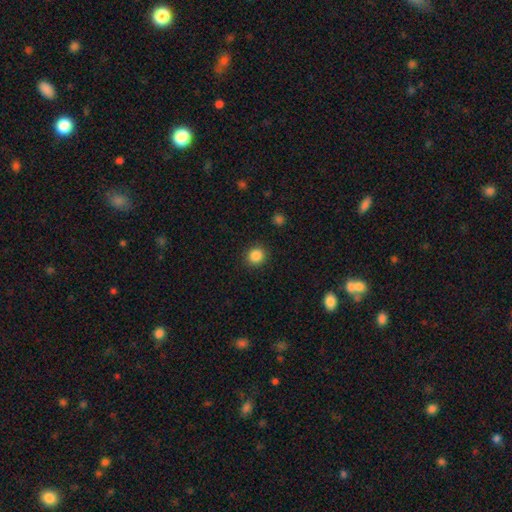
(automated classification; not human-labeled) A smooth galaxy with no disk features (87%) that is round (89%). Merging: none (91%).